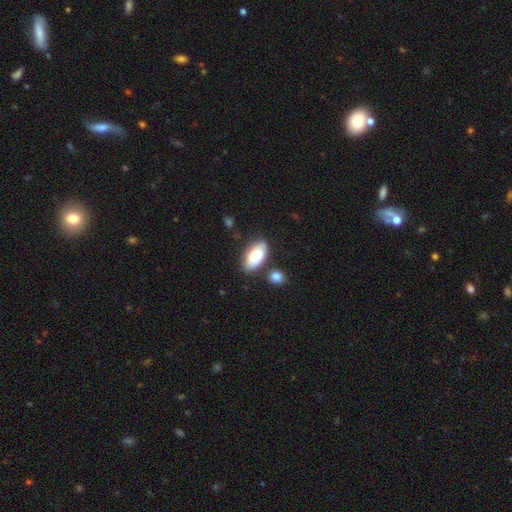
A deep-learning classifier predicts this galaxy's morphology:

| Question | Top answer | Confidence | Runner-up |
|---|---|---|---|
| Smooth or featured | smooth | 82% | featured or disk (12%) |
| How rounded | in between | 91% | cigar-shaped (6%) |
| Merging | none | 72% | minor disturbance (15%) |